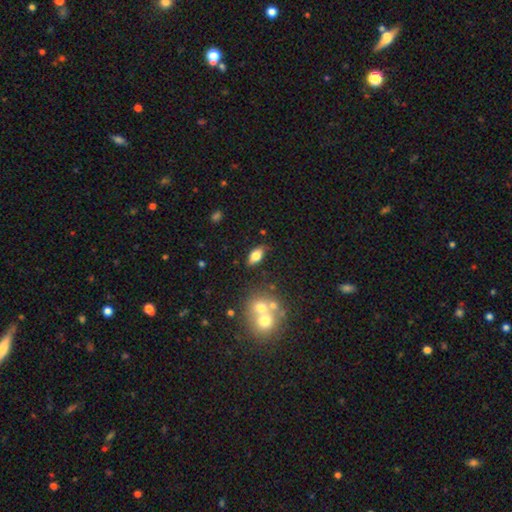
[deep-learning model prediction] Morphology: type=smooth (71%); roundness=in between (86%); merging=none (78%).